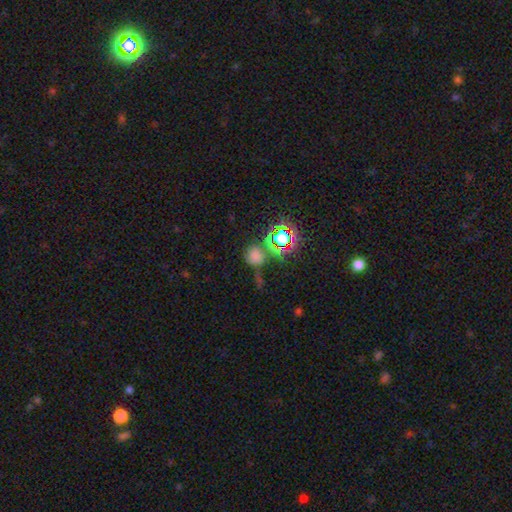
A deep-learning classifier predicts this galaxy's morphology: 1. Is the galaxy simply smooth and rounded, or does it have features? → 57% smooth, 35% star or artifact, 8% featured or disk.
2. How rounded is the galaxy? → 80% round, 18% in between, 2% cigar-shaped.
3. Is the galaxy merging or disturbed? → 59% none, 16% merger, 15% minor disturbance, 9% major disturbance.